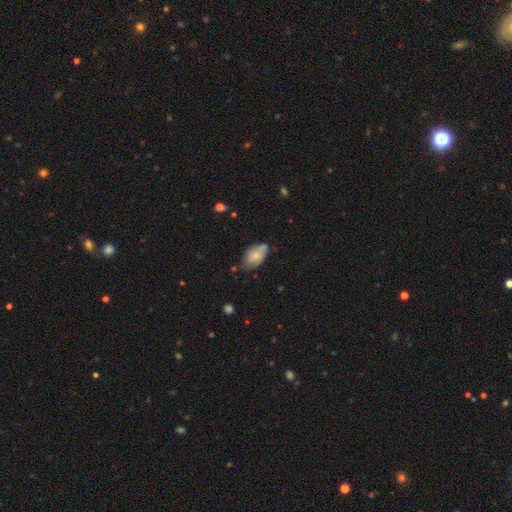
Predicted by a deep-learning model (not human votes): smooth-or-featured: smooth: 67% | featured or disk: 26% | star or artifact: 7%
  how-rounded: in between: 93% | round: 5% | cigar-shaped: 2%
  merging: none: 53% | minor disturbance: 33% | merger: 8% | major disturbance: 7%